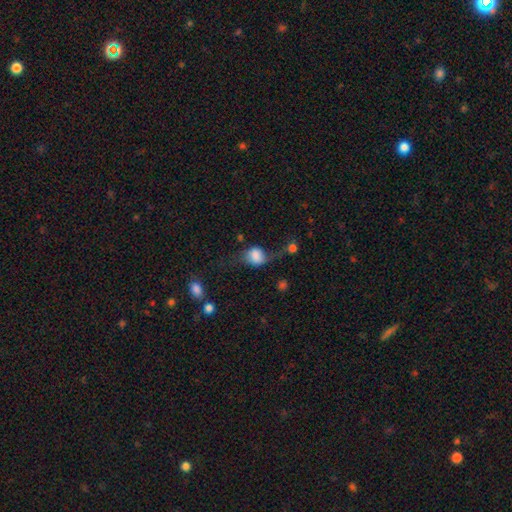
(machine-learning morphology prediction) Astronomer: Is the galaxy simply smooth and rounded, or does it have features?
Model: smooth — 66%.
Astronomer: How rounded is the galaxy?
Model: round — 53% (runner-up: in between, 46%).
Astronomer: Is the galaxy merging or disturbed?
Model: none — 35% (runner-up: major disturbance, 32%).